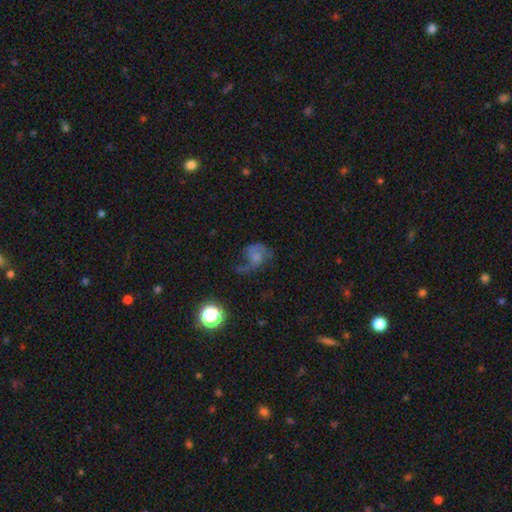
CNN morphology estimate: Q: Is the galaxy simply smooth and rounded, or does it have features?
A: featured or disk — 54%.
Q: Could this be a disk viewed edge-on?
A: no — 97%.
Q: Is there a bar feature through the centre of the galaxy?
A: no — 72%.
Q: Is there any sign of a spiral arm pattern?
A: yes — 77%.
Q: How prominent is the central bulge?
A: none — 33%.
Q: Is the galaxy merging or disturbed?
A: major disturbance — 38%.